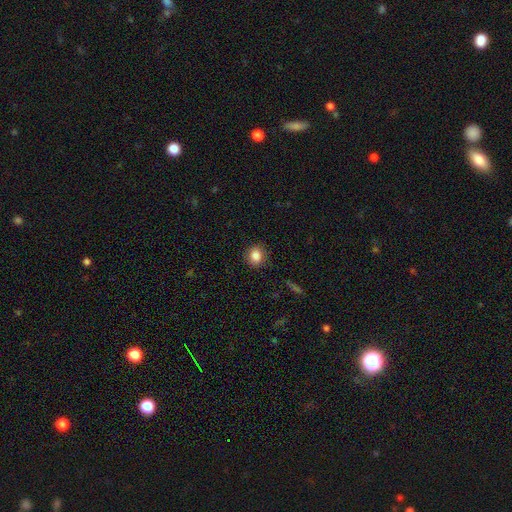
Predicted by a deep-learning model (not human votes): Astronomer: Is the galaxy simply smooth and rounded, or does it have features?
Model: smooth — 85%.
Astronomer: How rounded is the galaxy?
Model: round — 73%.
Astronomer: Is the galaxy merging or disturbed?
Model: none — 88%.